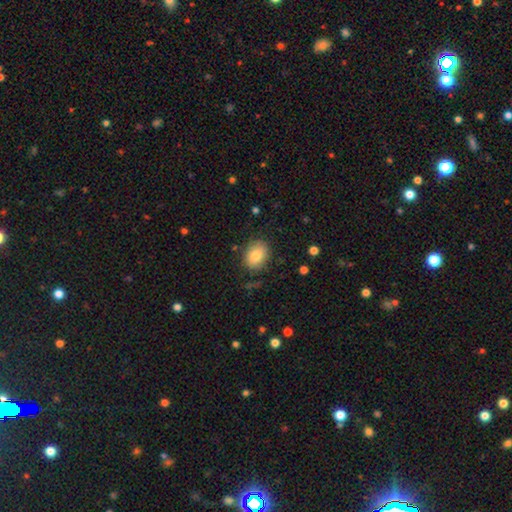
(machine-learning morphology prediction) smooth_or_featured: smooth (p=0.81) [alt: featured or disk p=0.10]
how_rounded: in between (p=0.63) [alt: round p=0.36]
merging: none (p=0.81) [alt: minor disturbance p=0.14]